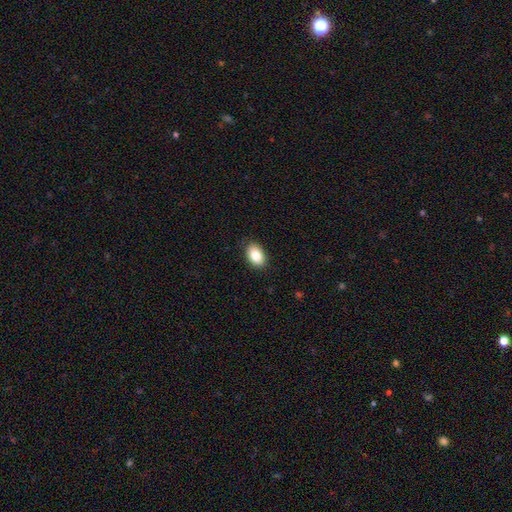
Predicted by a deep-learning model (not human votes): Smooth or featured?
  - smooth: 86% *
  - star or artifact: 7%
  - featured or disk: 7%
How rounded?
  - in between: 89% *
  - round: 9%
  - cigar-shaped: 1%
Merging?
  - none: 87% *
  - minor disturbance: 10%
  - major disturbance: 2%
  - merger: 1%